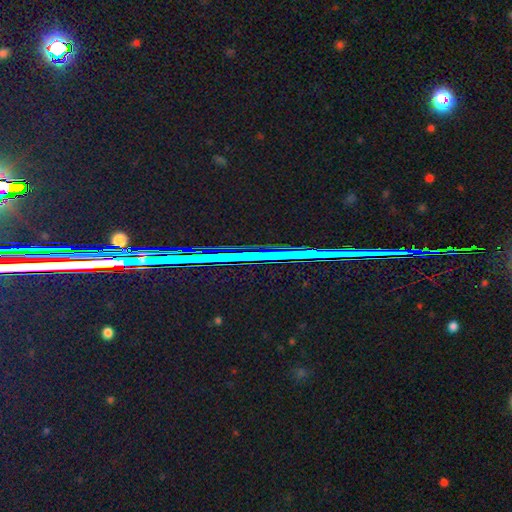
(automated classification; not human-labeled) star or artifact 81%, featured or disk 11%, smooth 8%.